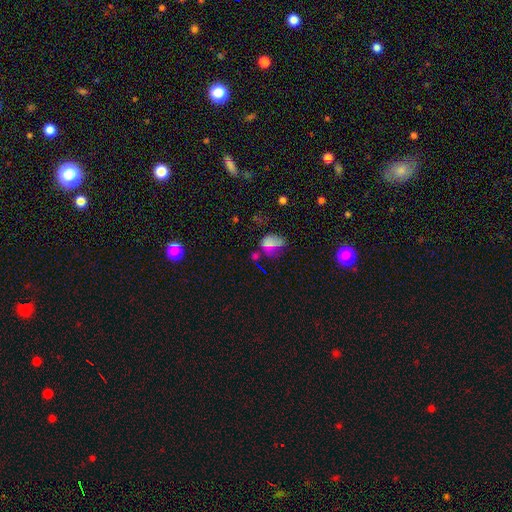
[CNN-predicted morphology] type=star or artifact (37%).